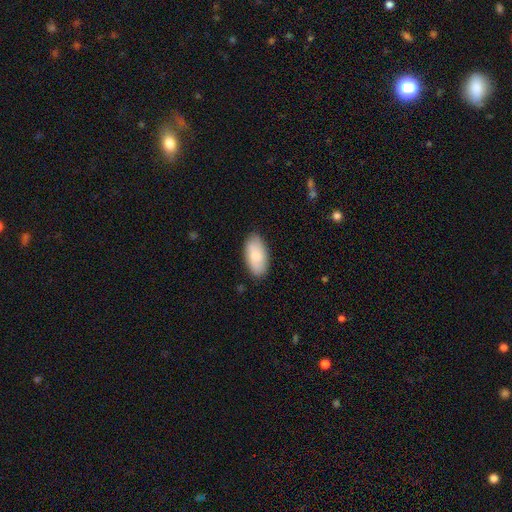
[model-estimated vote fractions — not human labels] Smooth or featured? smooth (76%)
How rounded? in between (94%)
Merging? none (84%)